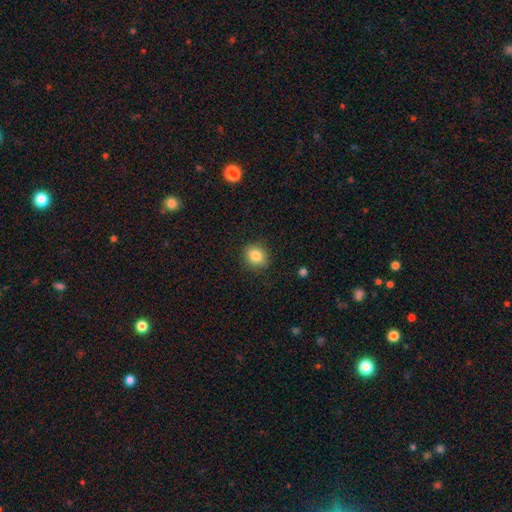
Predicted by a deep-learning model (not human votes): A smooth galaxy with no disk features (83%) that is round (75%). Merging: none (87%).